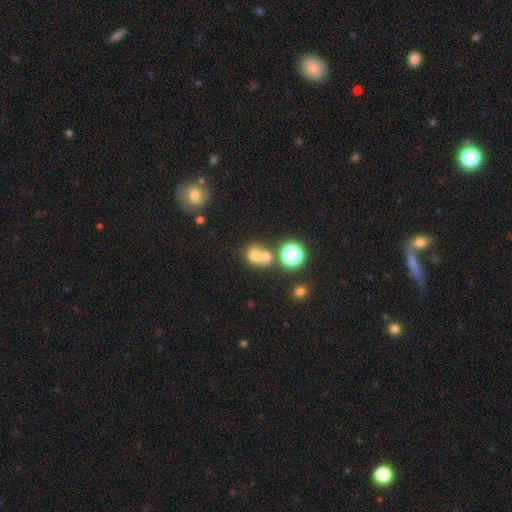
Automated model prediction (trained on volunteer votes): Overall: smooth (67%). How rounded: round (73%). Merging: merger (52%; none 36%).